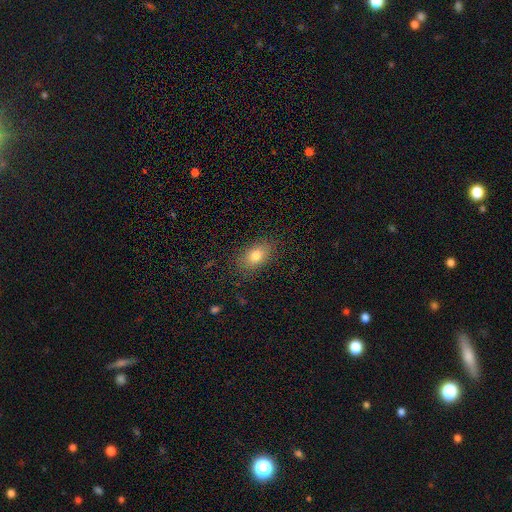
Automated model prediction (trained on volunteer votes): smooth 78%, featured or disk 12%, star or artifact 10%. Down the decision tree: how rounded — in between (84%); merging — none (83%).